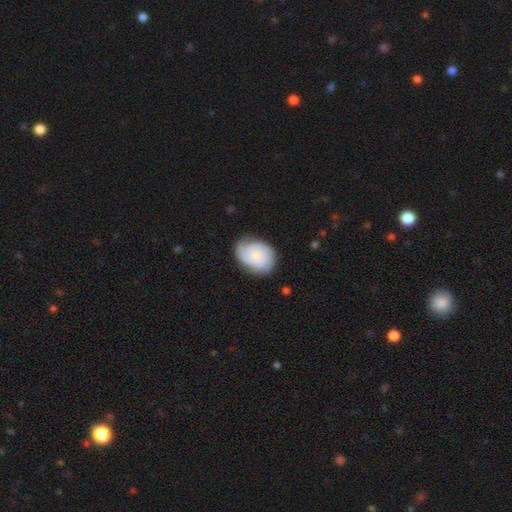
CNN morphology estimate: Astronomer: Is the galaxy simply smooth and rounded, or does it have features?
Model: featured or disk — 62%.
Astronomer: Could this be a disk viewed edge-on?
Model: no — 98%.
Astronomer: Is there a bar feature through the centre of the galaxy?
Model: no — 74%.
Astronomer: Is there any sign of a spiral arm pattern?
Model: yes — 94%.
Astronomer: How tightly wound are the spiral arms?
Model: tight — 52% (runner-up: medium, 37%).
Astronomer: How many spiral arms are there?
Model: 3 — 37% (runner-up: can't tell, 24%).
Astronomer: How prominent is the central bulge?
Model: small — 57%.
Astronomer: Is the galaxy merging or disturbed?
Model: none — 72%.